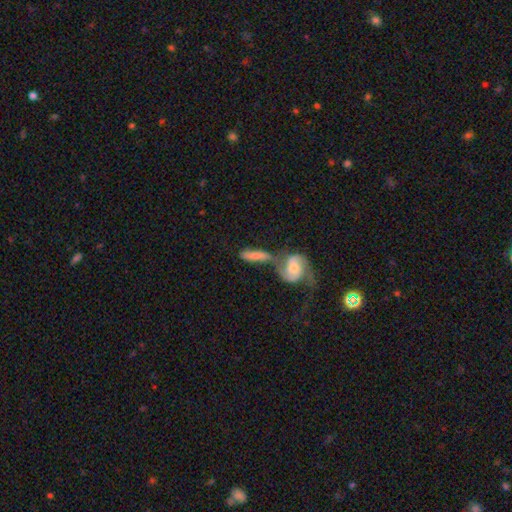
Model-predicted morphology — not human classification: Q: Smooth or featured?
A: smooth (52%); runner-up: featured or disk (41%)
Q: How rounded?
A: cigar-shaped (57%); runner-up: in between (39%)
Q: Merging?
A: merger (58%); runner-up: none (24%)